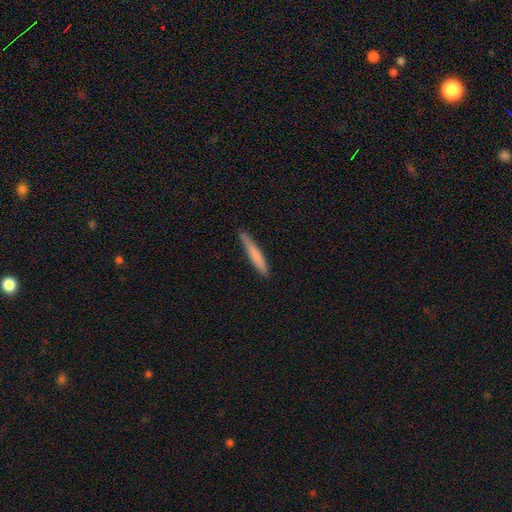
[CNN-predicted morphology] Smooth or featured?
  - smooth: 75% *
  - featured or disk: 19%
  - star or artifact: 6%
How rounded?
  - cigar-shaped: 95% *
  - in between: 4%
  - round: 1%
Merging?
  - none: 83% *
  - minor disturbance: 14%
  - major disturbance: 2%
  - merger: 1%